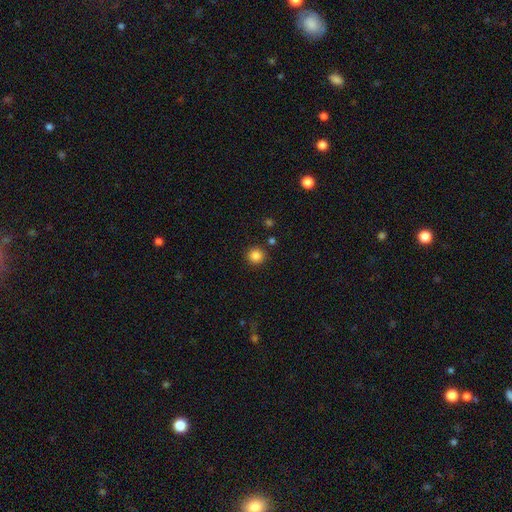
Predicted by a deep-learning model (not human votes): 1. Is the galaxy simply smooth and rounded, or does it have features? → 85% smooth, 11% star or artifact, 4% featured or disk.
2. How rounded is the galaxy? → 94% round, 5% in between, 1% cigar-shaped.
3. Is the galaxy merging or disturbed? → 89% none, 6% minor disturbance, 3% merger, 2% major disturbance.